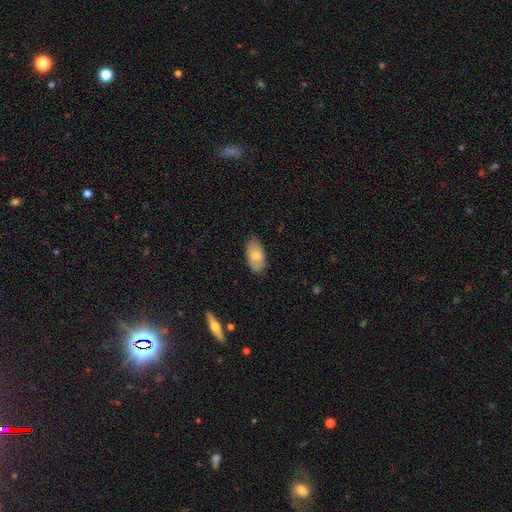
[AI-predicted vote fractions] Smooth or featured? Predicted: smooth (p=0.71). How rounded? Predicted: in between (p=0.94). Merging? Predicted: none (p=0.82).